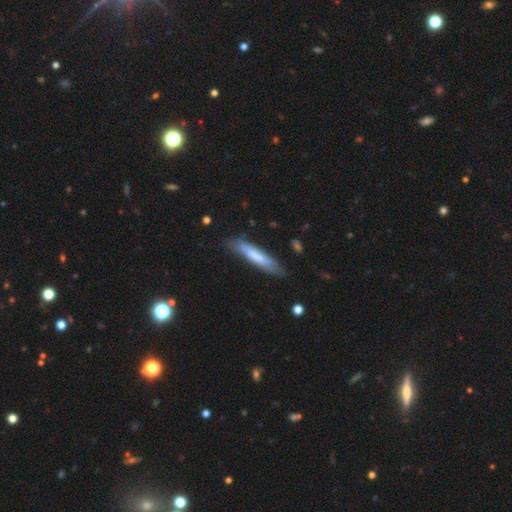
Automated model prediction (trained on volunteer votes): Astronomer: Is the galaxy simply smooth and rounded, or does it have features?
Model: smooth — 68%.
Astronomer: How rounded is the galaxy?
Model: cigar-shaped — 86%.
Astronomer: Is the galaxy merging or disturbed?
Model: none — 78%.